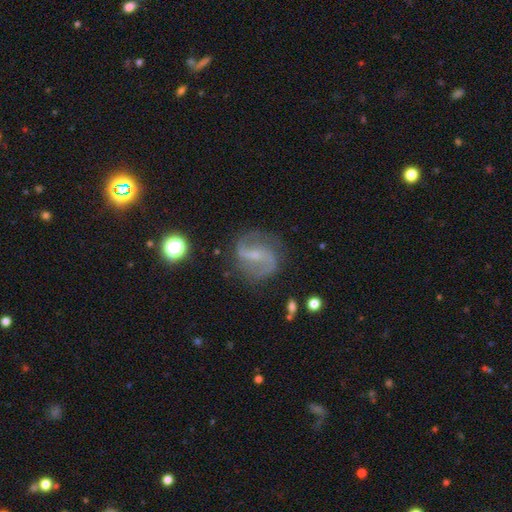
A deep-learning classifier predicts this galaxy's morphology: type=featured or disk (84%); edge-on=no (97%); bar=weak (47%); spiral arms=yes (95%); winding=loose (46%); arm count=2 (90%); bulge=small (60%); merging=none (78%).